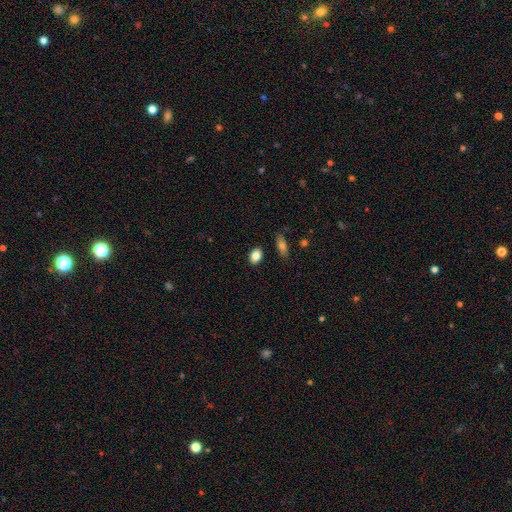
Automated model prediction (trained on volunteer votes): smooth-or-featured: smooth: 85% | star or artifact: 8% | featured or disk: 7%
  how-rounded: in between: 77% | round: 21% | cigar-shaped: 2%
  merging: none: 86% | minor disturbance: 9% | merger: 3% | major disturbance: 2%